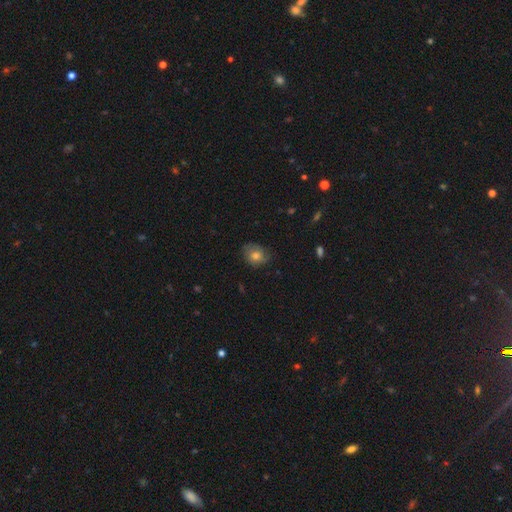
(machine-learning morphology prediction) smooth_or_featured: smooth (p=0.65) [alt: featured or disk p=0.26]
how_rounded: round (p=0.54) [alt: in between p=0.45]
merging: none (p=0.70) [alt: minor disturbance p=0.23]